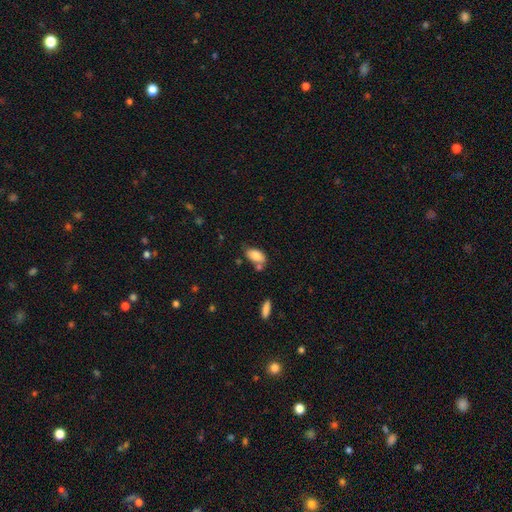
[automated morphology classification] The model was most divided on "merging": none: 56%, minor disturbance: 20%, merger: 19%, major disturbance: 5%. More confident: how rounded — in between (92%); smooth or featured — smooth (81%).